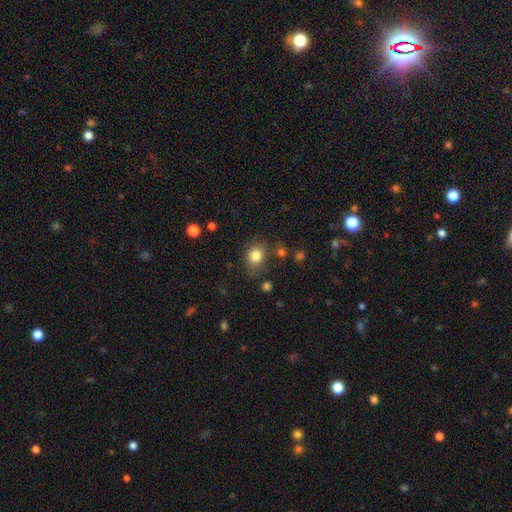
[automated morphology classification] smooth_or_featured: smooth (p=0.82) [alt: star or artifact p=0.11]
how_rounded: round (p=0.57) [alt: in between p=0.42]
merging: none (p=0.73) [alt: minor disturbance p=0.17]